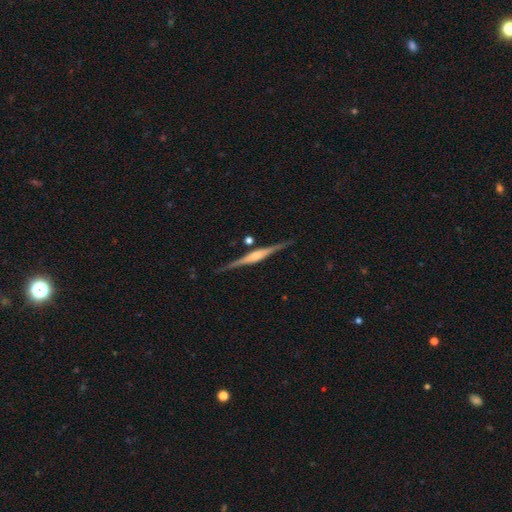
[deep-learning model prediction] This appears to be a featured or disk galaxy (81%) viewed edge-on (98%) with a rounded central bulge (66%). Merging: none (87%).